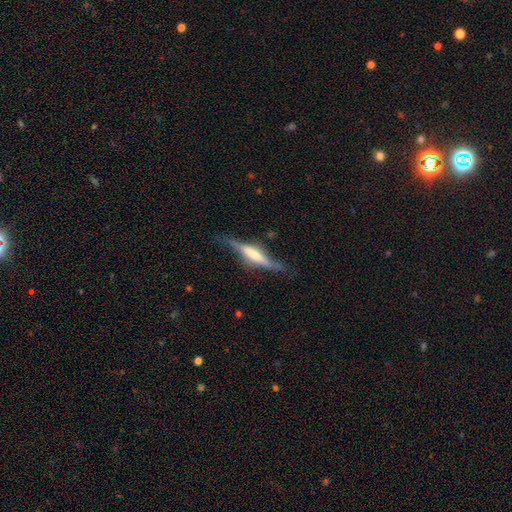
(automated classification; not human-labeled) smooth-or-featured: featured or disk: 64% | smooth: 30% | star or artifact: 6%
  disk-edge-on: yes: 89% | no: 11%
    edge-on-bulge: rounded: 50% | boxy: 33% | none: 17%
  merging: none: 64% | minor disturbance: 23% | major disturbance: 11% | merger: 2%